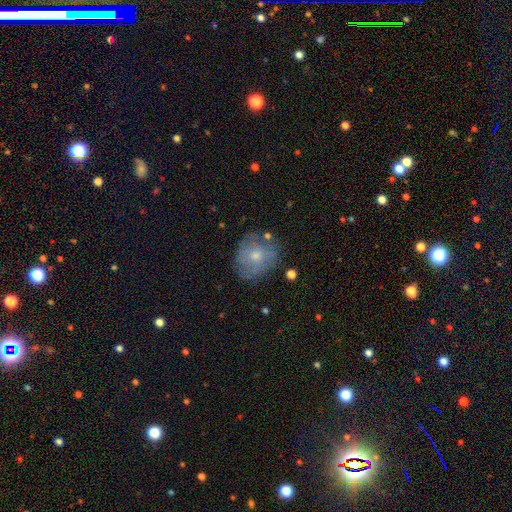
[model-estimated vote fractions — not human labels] smooth 49%, featured or disk 40%, star or artifact 11%. Down the decision tree: merging — none (71%).